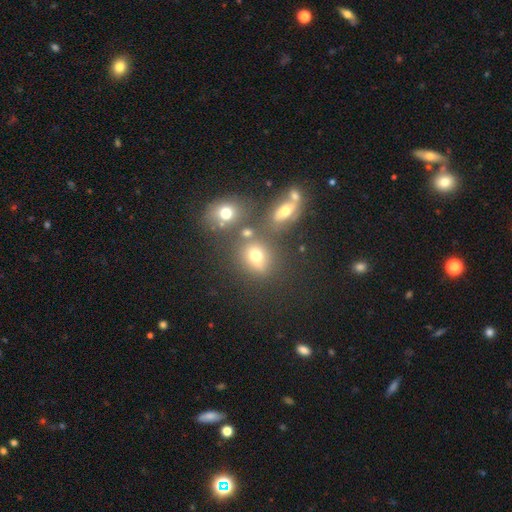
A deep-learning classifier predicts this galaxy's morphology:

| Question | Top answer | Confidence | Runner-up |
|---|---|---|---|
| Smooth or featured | smooth | 67% | star or artifact (20%) |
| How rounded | round | 62% | in between (35%) |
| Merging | none | 61% | merger (21%) |